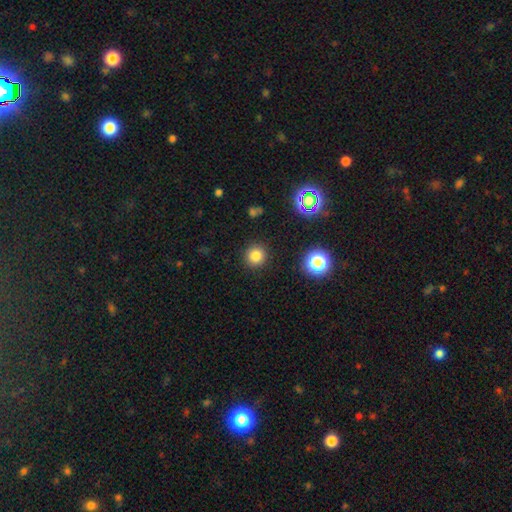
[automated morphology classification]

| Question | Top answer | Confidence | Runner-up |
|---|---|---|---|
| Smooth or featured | smooth | 81% | star or artifact (14%) |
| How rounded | round | 93% | in between (7%) |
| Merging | none | 90% | minor disturbance (6%) |